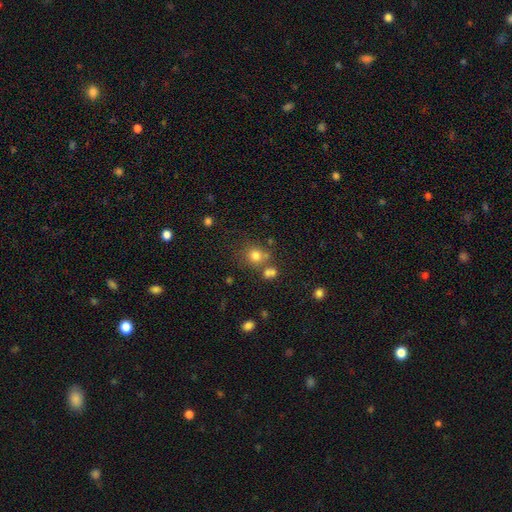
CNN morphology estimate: Smooth or featured? Predicted: smooth (p=0.77). How rounded? Predicted: round (p=0.83). Merging? Predicted: none (p=0.65).